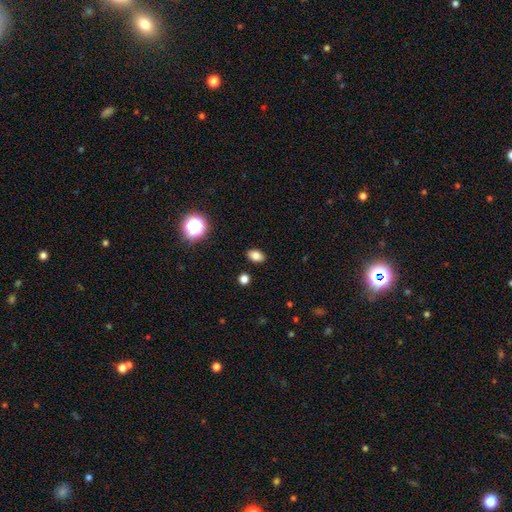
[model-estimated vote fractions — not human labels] smooth-or-featured: smooth: 81% | star or artifact: 12% | featured or disk: 7%
  how-rounded: in between: 84% | round: 14% | cigar-shaped: 2%
  merging: none: 88% | minor disturbance: 8% | major disturbance: 2% | merger: 2%